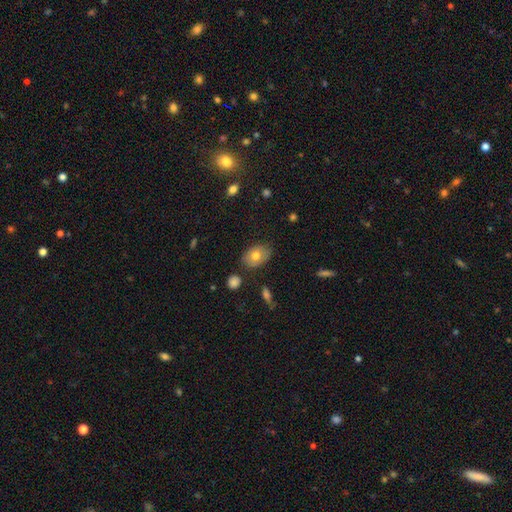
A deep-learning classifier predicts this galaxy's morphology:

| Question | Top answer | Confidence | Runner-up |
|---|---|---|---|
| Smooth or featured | smooth | 70% | featured or disk (22%) |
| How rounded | in between | 82% | round (17%) |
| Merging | none | 78% | minor disturbance (16%) |